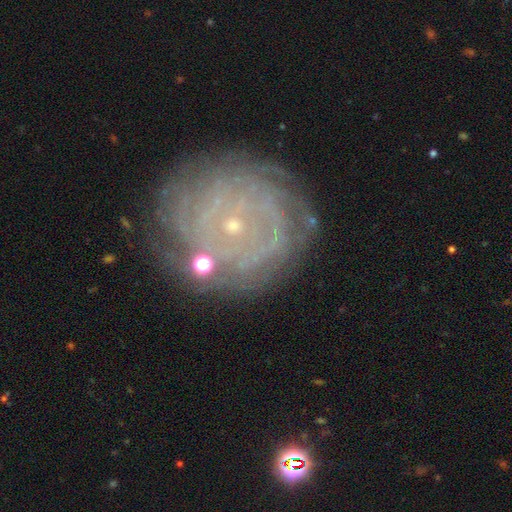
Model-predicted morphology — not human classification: smooth-or-featured: featured or disk: 79% | smooth: 12% | star or artifact: 9%
  disk-edge-on: no: 97% | yes: 3%
    bar: no: 77% | weak: 17% | strong: 5%
    has-spiral-arms: yes: 90% | no: 10%
      spiral-winding: tight: 82% | medium: 14% | loose: 4%
      spiral-arm-count: can't tell: 39% | 4: 16% | more than 4: 14% | 3: 13% | 2: 11% | 1: 7%
    bulge-size: small: 86% | moderate: 10% | none: 2% | large: 1% | dominant: 1%
  merging: none: 75% | minor disturbance: 15% | major disturbance: 6% | merger: 3%